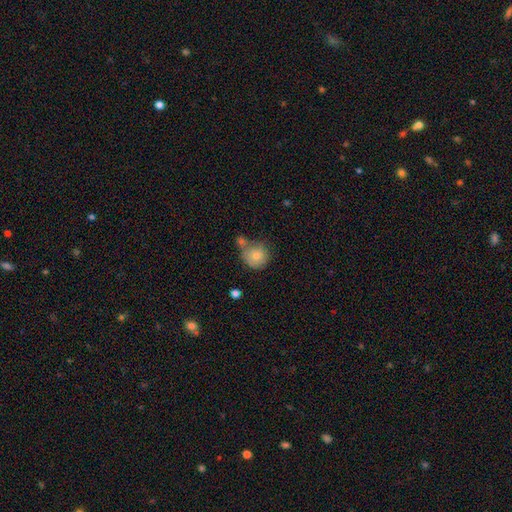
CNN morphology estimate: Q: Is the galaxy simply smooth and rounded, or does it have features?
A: smooth — 79%.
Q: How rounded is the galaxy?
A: round — 89%.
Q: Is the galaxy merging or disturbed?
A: none — 47%.